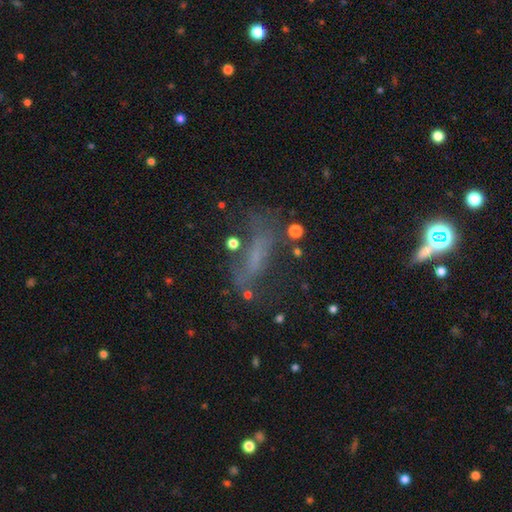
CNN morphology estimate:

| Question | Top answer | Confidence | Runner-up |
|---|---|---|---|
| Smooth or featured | smooth | 40% | featured or disk (37%) |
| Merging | none | 51% | major disturbance (21%) |